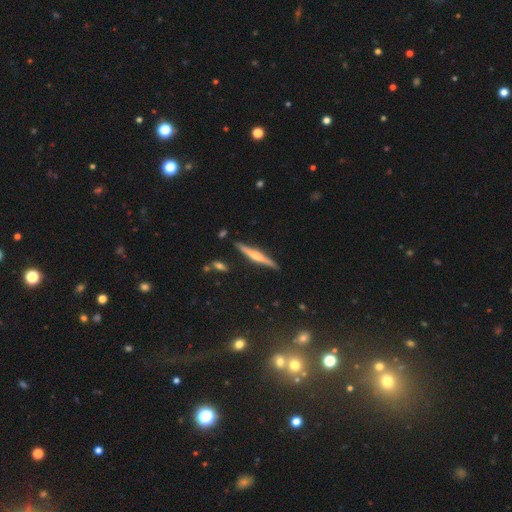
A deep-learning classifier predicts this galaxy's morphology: smooth_or_featured: featured or disk (p=0.67) [alt: smooth p=0.27]
disk_edge_on: yes (p=0.97) [alt: no p=0.03]
edge_on_bulge: rounded (p=0.71) [alt: none p=0.15]
merging: none (p=0.88) [alt: minor disturbance p=0.08]